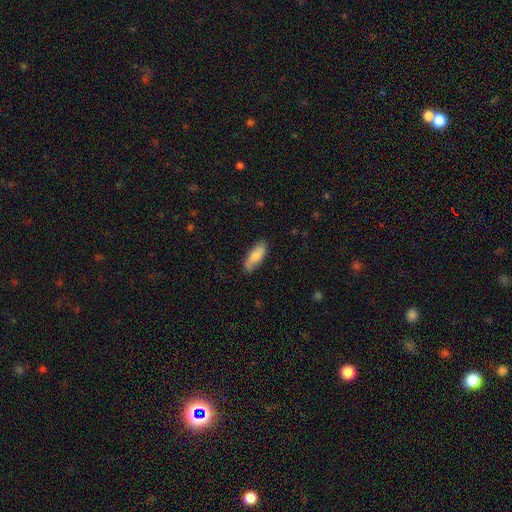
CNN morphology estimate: type=smooth (80%); roundness=in between (74%); merging=none (80%).